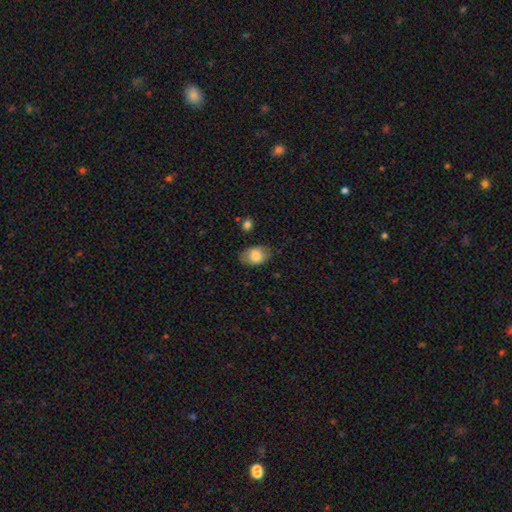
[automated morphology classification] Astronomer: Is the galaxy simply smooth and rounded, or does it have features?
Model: smooth — 81%.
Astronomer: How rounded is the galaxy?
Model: in between — 81%.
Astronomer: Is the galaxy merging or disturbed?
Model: none — 74%.